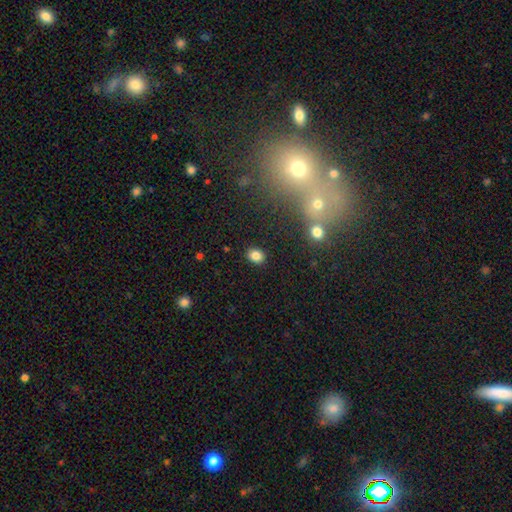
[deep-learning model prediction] Smooth or featured: smooth — 83% (star or artifact — 11%)
How rounded: in between — 55% (round — 44%)
Merging: none — 87% (minor disturbance — 8%)